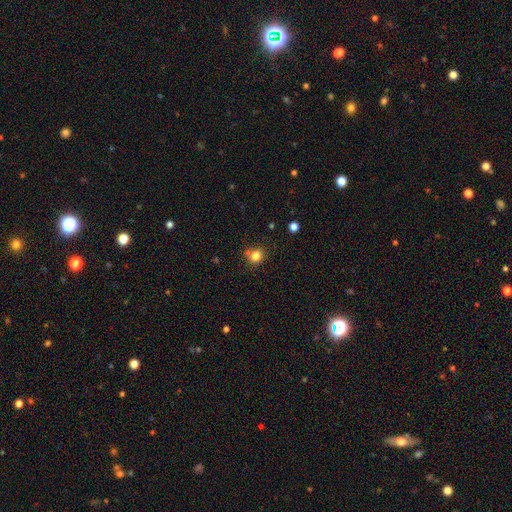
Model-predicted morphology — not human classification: Overall: smooth (81%). How rounded: round (69%; in between 30%). Merging: none (70%).